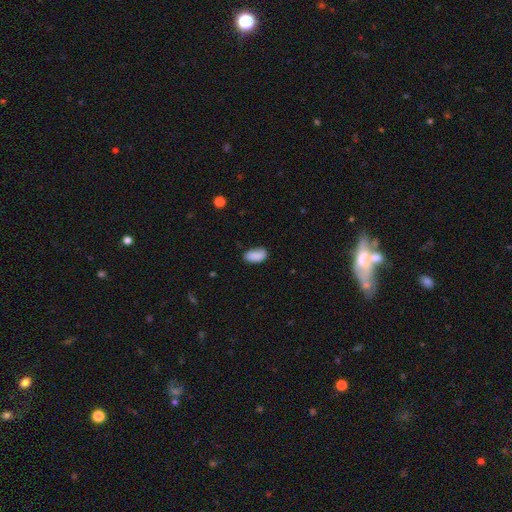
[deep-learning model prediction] A smooth galaxy with no disk features (87%) that is in between round and cigar-shaped (93%). Merging: none (71%).